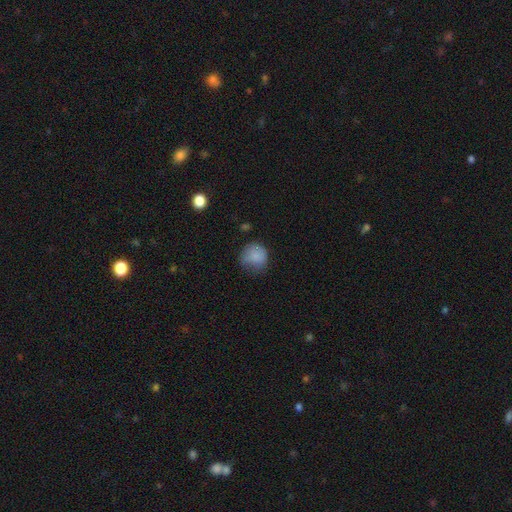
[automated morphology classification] smooth_or_featured: smooth (p=0.82) [alt: star or artifact p=0.09]
how_rounded: round (p=0.84) [alt: in between p=0.15]
merging: none (p=0.55) [alt: minor disturbance p=0.31]